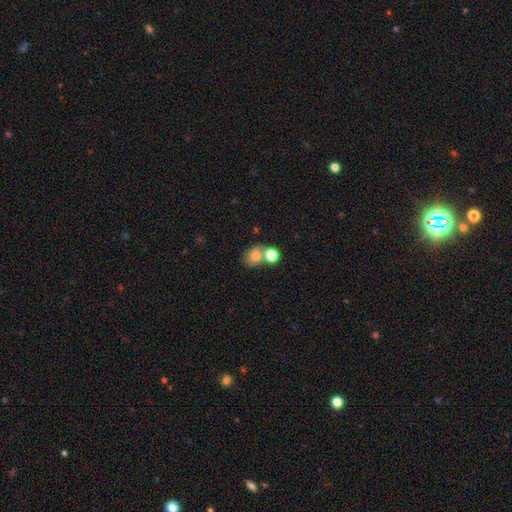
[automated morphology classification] smooth 75%, featured or disk 13%, star or artifact 11%. Down the decision tree: how rounded — round (54%); merging — none (43%).